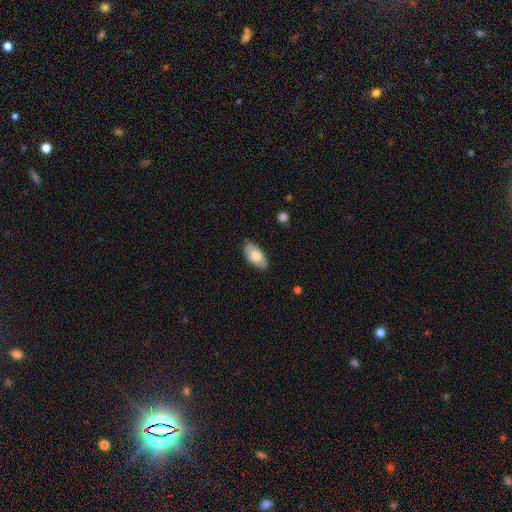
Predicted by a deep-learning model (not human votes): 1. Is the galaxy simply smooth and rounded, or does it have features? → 69% smooth, 25% featured or disk, 6% star or artifact.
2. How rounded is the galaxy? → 94% in between, 3% cigar-shaped, 3% round.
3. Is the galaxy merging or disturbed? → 84% none, 13% minor disturbance, 2% major disturbance, 1% merger.